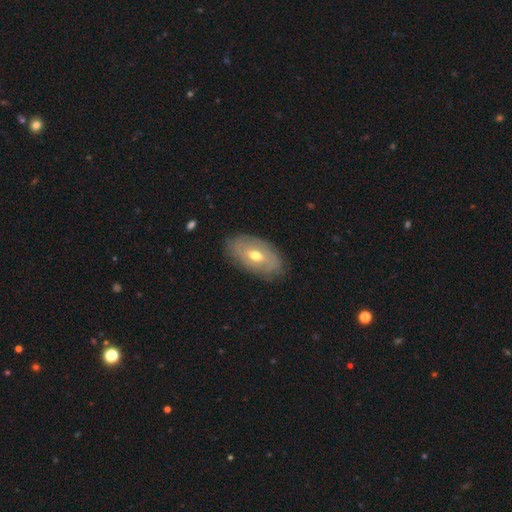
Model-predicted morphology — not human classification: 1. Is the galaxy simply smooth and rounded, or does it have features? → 57% featured or disk, 37% smooth, 6% star or artifact.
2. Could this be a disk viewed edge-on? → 88% no, 12% yes.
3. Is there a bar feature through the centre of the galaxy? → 54% no, 36% weak, 10% strong.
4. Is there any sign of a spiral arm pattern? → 52% no, 48% yes.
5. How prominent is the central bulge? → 73% moderate, 20% small, 5% large, 1% none, 1% dominant.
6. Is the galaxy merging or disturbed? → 80% none, 15% minor disturbance, 4% major disturbance, 1% merger.